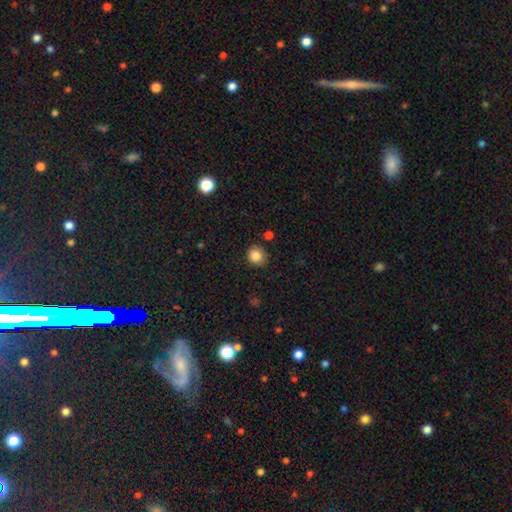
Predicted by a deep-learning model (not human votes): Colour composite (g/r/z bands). It shows a smooth galaxy with no disk features (85%) that is round (84%). Merging: none (84%).